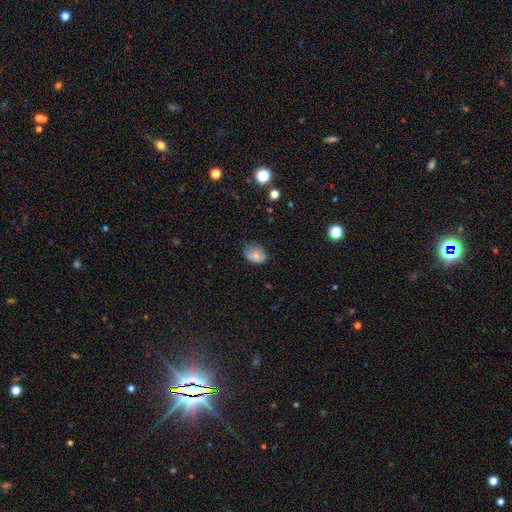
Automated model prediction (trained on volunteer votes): Smooth or featured: smooth — 77% (featured or disk — 14%)
How rounded: in between — 70% (round — 29%)
Merging: none — 60% (minor disturbance — 31%)